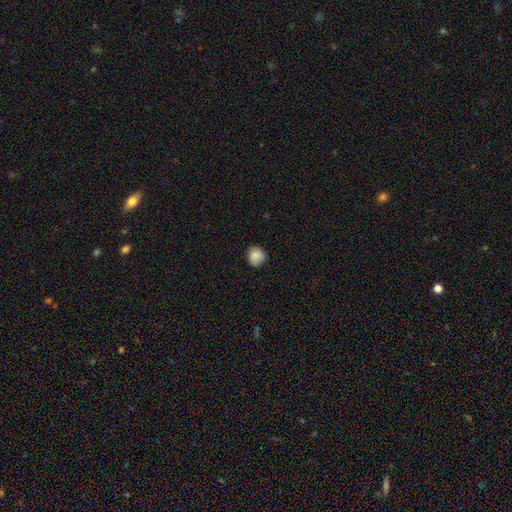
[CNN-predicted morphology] A smooth galaxy with no disk features (87%) that is round (87%). Merging: none (84%).